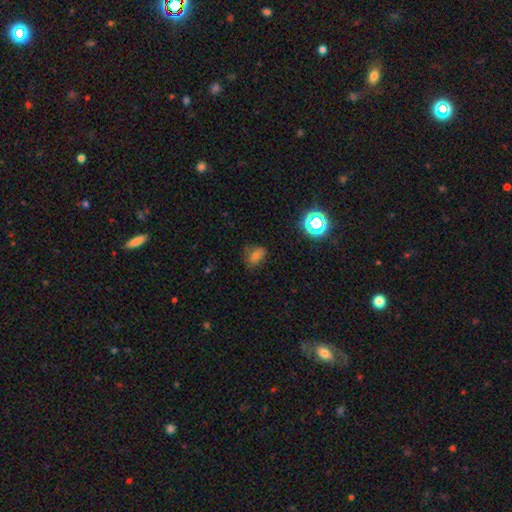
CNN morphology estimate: Overall: smooth (60%; star or artifact 24%). How rounded: in between (67%; round 31%). Merging: none (64%; minor disturbance 25%).